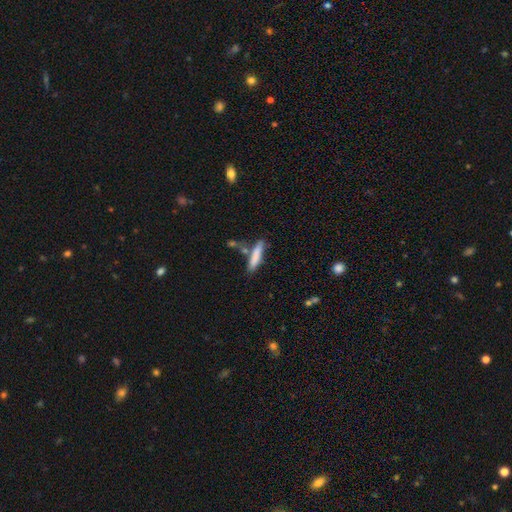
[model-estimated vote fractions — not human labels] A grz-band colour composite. It shows a smooth galaxy with no disk features (78%) that is cigar-shaped (85%). Merging: none (63%).